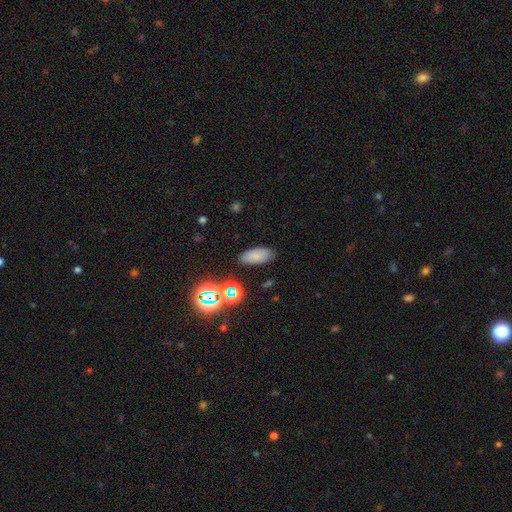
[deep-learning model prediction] smooth_or_featured: smooth (p=0.74) [alt: star or artifact p=0.17]
how_rounded: in between (p=0.89) [alt: cigar-shaped p=0.07]
merging: none (p=0.80) [alt: minor disturbance p=0.13]